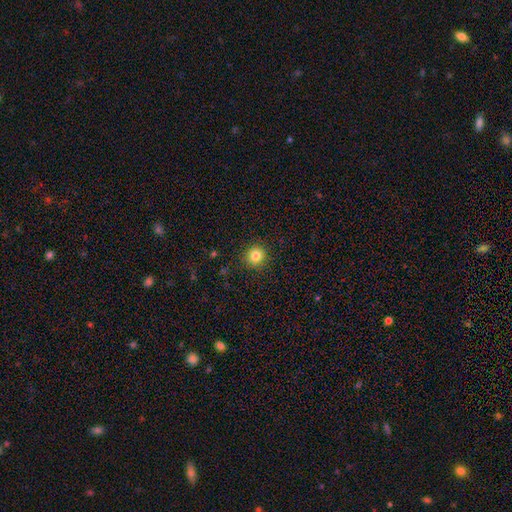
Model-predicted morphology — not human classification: Q: Smooth or featured?
A: smooth (82%); runner-up: star or artifact (12%)
Q: How rounded?
A: round (92%); runner-up: in between (7%)
Q: Merging?
A: none (90%); runner-up: minor disturbance (6%)